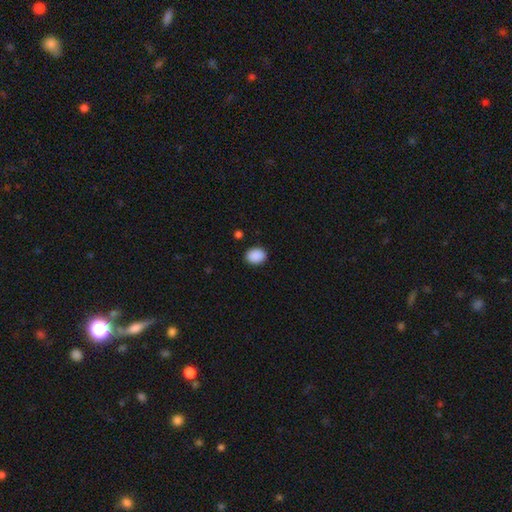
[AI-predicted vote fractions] Overall: smooth (90%). How rounded: in between (56%; round 43%). Merging: none (89%).